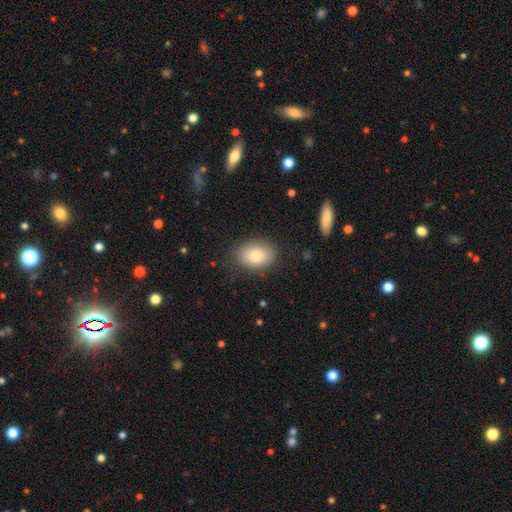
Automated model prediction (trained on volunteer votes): This appears to be a smooth galaxy with no disk features (79%) that is in between round and cigar-shaped (74%). Merging: none (82%).